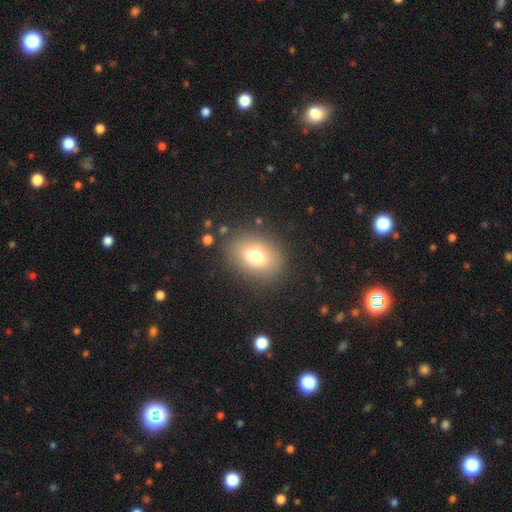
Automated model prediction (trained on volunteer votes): Smooth or featured? smooth (76%)
How rounded? in between (71%)
Merging? none (84%)